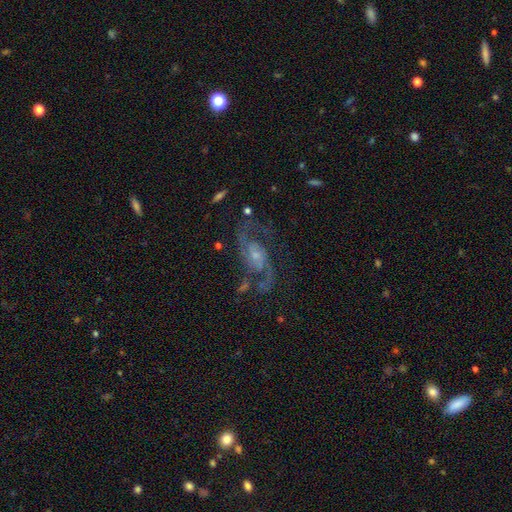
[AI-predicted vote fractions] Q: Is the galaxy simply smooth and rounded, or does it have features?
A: featured or disk — 88%.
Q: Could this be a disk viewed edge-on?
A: no — 97%.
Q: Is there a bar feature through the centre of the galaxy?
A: no — 57%.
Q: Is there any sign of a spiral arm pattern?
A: yes — 97%.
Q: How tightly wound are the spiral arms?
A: medium — 50%.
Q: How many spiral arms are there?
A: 2 — 90%.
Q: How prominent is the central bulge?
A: small — 58%.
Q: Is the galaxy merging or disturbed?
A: none — 65%.